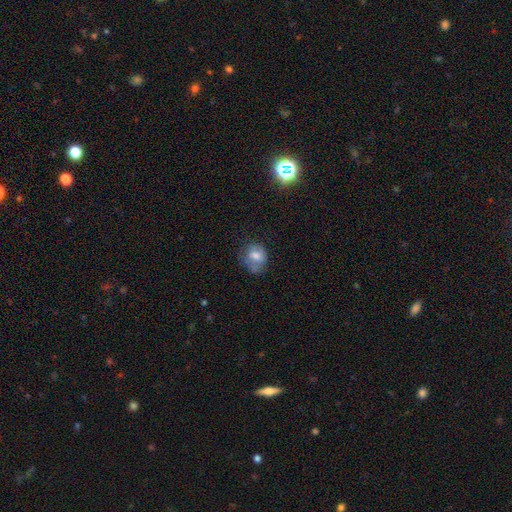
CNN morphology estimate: A smooth galaxy with no disk features (69%) that is round (56%).

Vote fractions:
- Smooth or featured? smooth: 69% / featured or disk: 21% / star or artifact: 10%
- How rounded? round: 56% / in between: 43% / cigar-shaped: 1%
- Merging? none: 49% / minor disturbance: 31% / major disturbance: 16% / merger: 4%